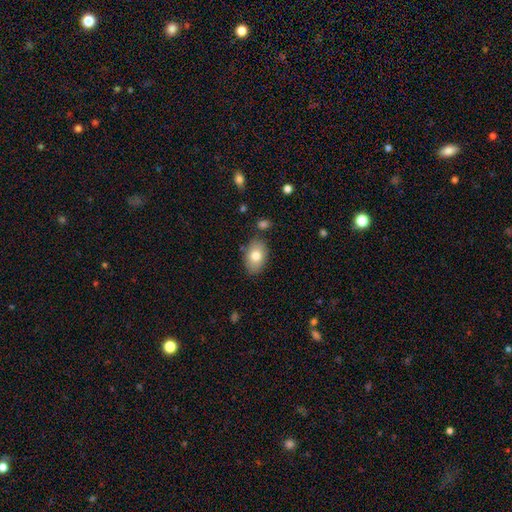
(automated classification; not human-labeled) Smooth or featured? smooth (78%)
How rounded? in between (87%)
Merging? none (81%)